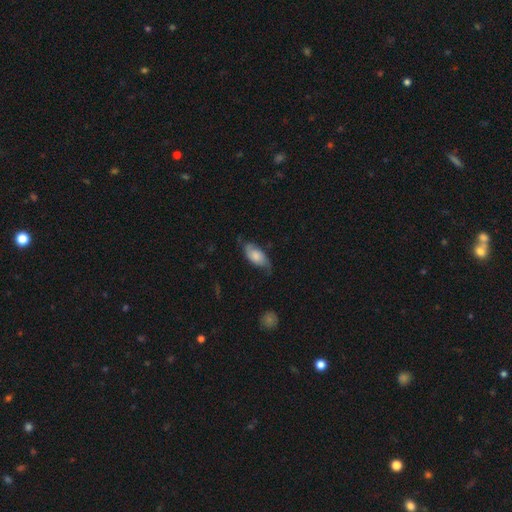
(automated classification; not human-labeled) A smooth galaxy with no disk features (52%) that is in between round and cigar-shaped (89%). Merging: none (55%).